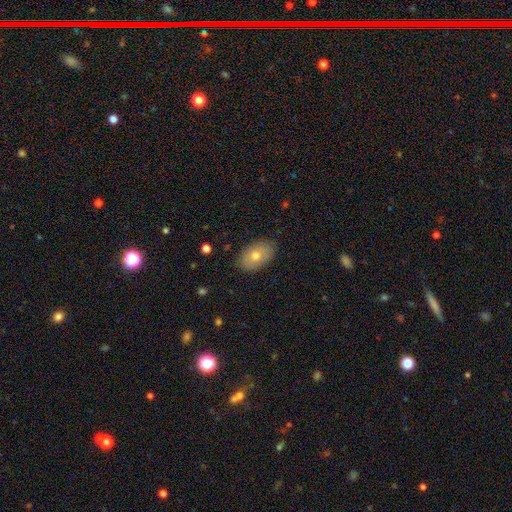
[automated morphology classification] Q: Smooth or featured?
A: smooth (72%); runner-up: featured or disk (19%)
Q: How rounded?
A: in between (90%); runner-up: round (9%)
Q: Merging?
A: none (87%); runner-up: minor disturbance (10%)